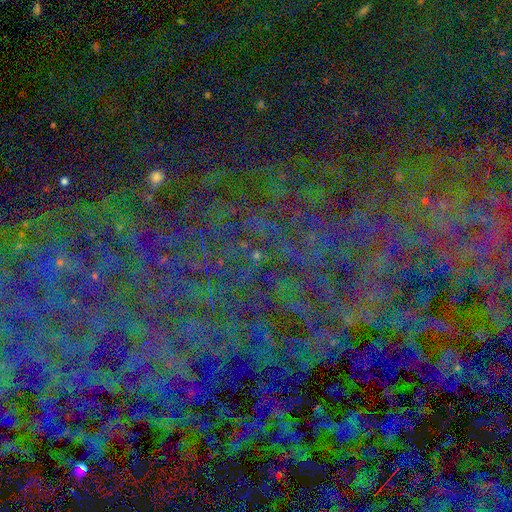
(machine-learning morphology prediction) A star or artifact, not a galaxy (81%).